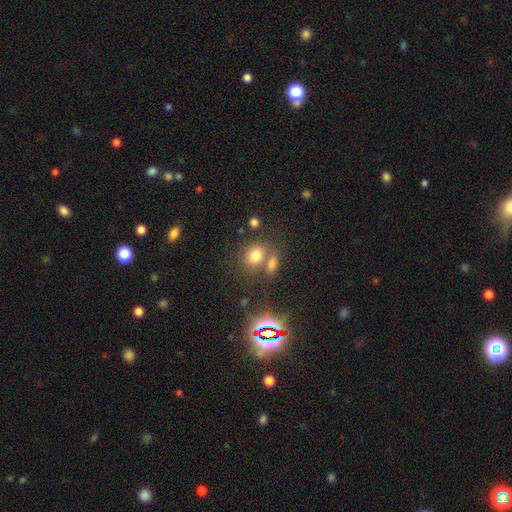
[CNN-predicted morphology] Smooth or featured: smooth — 74% (star or artifact — 17%)
How rounded: round — 56% (in between — 42%)
Merging: none — 54% (merger — 30%)